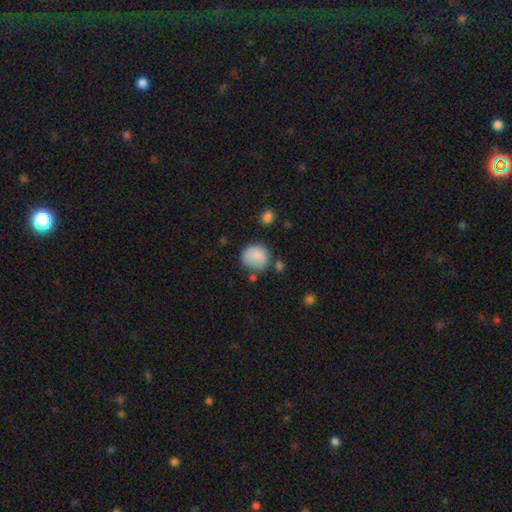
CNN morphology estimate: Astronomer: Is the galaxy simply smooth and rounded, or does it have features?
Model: smooth — 85%.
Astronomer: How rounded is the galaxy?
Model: round — 83%.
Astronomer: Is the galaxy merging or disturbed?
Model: none — 68%.